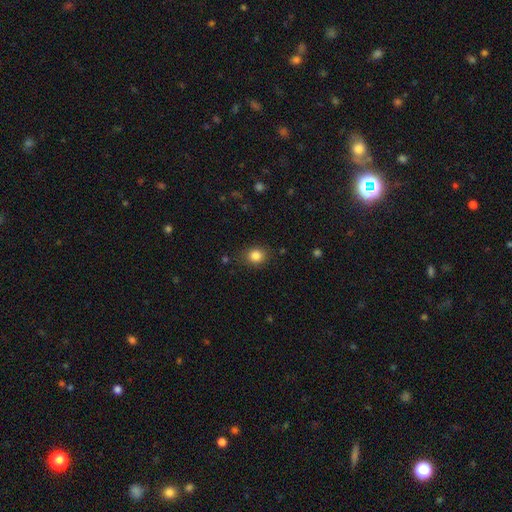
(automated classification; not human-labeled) The model was most divided on "how rounded": round: 68%, in between: 31%, cigar-shaped: 1%. More confident: smooth or featured — smooth (84%); merging — none (83%).